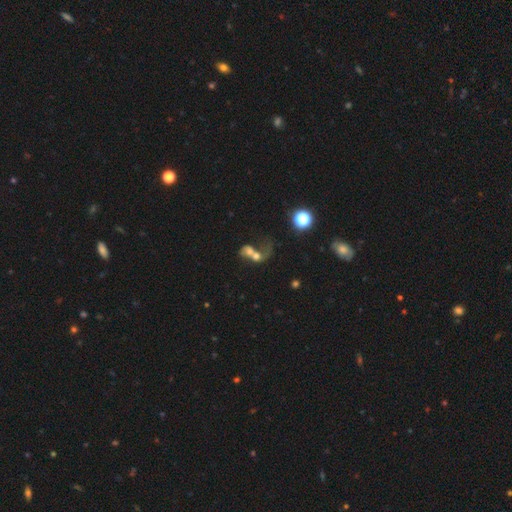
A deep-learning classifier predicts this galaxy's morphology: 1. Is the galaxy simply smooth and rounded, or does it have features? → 44% smooth, 41% featured or disk, 16% star or artifact.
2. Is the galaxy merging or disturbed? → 74% merger, 13% major disturbance, 9% none, 4% minor disturbance.